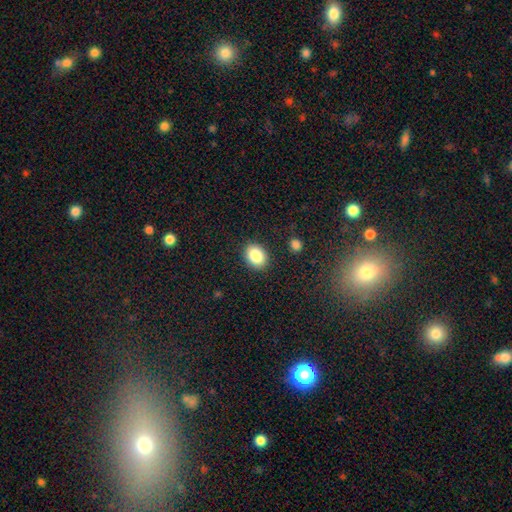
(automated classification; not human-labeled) smooth_or_featured: smooth (p=0.86) [alt: star or artifact p=0.08]
how_rounded: in between (p=0.64) [alt: round p=0.35]
merging: none (p=0.87) [alt: minor disturbance p=0.09]